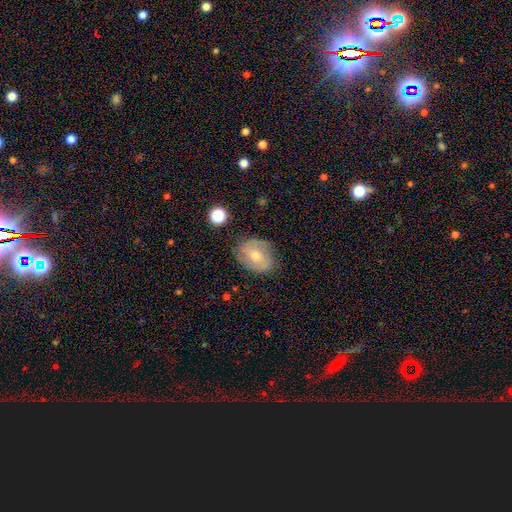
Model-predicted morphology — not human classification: This is possibly a featured or disk galaxy (59%). It is clearly not viewed edge-on (96%). Bar: possibly no (55%). Spiral arm pattern: likely yes (79%). Central bulge: likely moderate (62%). Merging: likely none (79%).